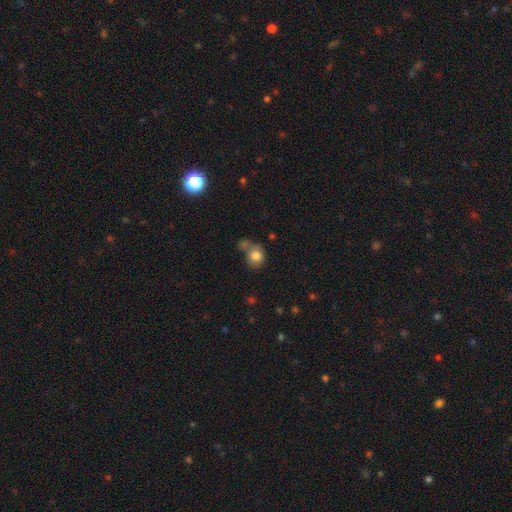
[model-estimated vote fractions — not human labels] A smooth galaxy with no disk features (81%) that is round (73%).

Vote fractions:
- Smooth or featured? smooth: 81% / star or artifact: 9% / featured or disk: 9%
- How rounded? round: 73% / in between: 26% / cigar-shaped: 1%
- Merging? none: 51% / merger: 25% / minor disturbance: 17% / major disturbance: 7%